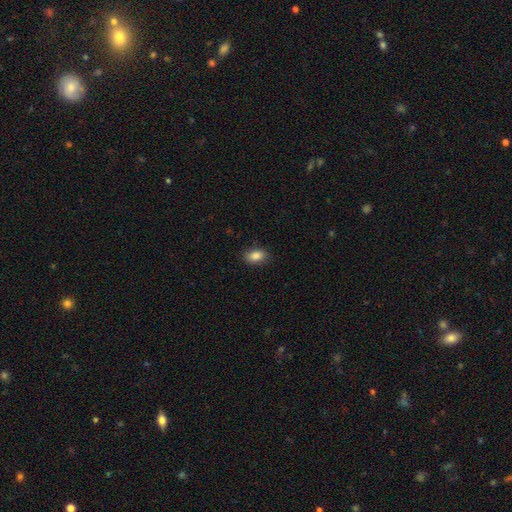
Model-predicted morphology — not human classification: Smooth or featured: smooth — 86% (star or artifact — 8%)
How rounded: in between — 85% (round — 13%)
Merging: none — 86% (minor disturbance — 10%)